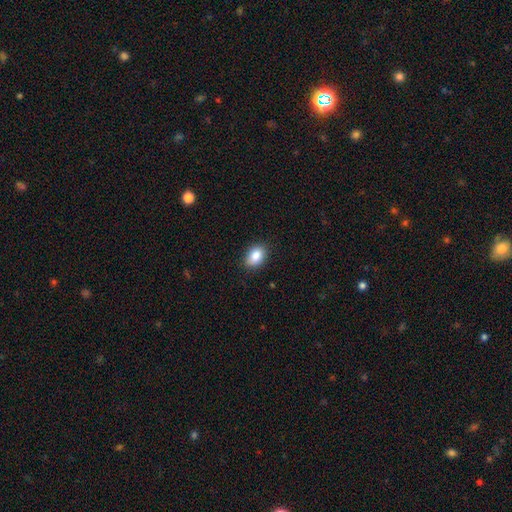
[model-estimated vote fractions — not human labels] This is clearly a smooth galaxy (87%). How rounded: clearly in between (83%). Merging: clearly none (86%).